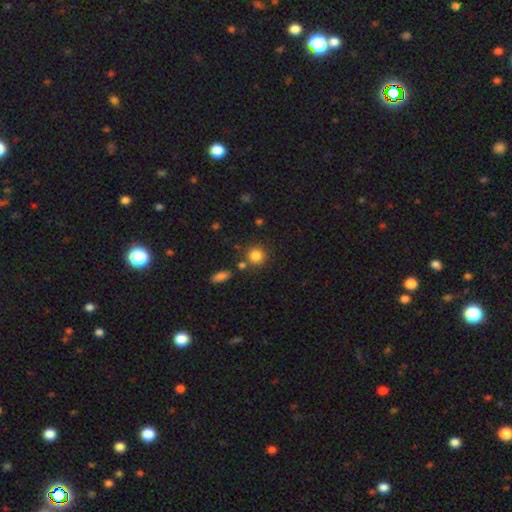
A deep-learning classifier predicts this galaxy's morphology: Overall: smooth (84%). How rounded: round (89%). Merging: none (74%).